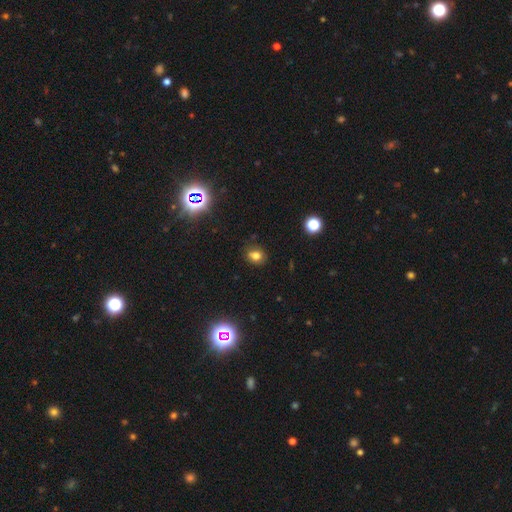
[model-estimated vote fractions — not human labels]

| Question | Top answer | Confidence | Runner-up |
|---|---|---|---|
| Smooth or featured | smooth | 73% | star or artifact (18%) |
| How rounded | round | 55% | in between (43%) |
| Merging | none | 80% | minor disturbance (14%) |